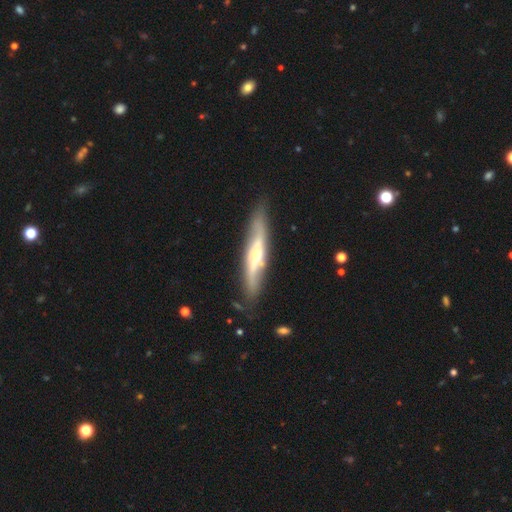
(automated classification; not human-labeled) A featured or disk galaxy (64%) viewed edge-on (68%).

Vote fractions:
- Smooth or featured? featured or disk: 64% / smooth: 30% / star or artifact: 6%
- Edge-on disk? yes: 68% / no: 32%
- Merging? none: 81% / minor disturbance: 14% / major disturbance: 3% / merger: 2%